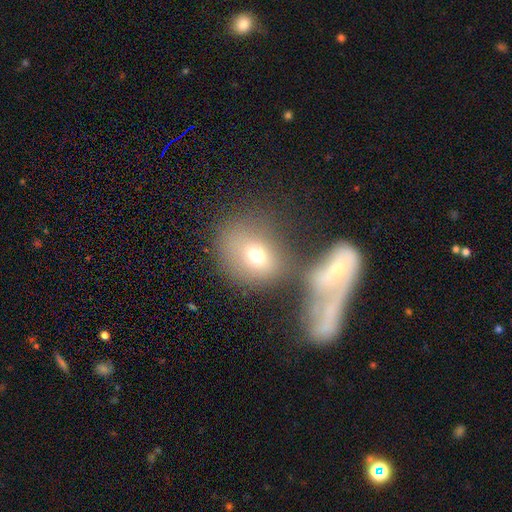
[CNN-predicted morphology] Smooth or featured? Predicted: smooth (p=0.69). How rounded? Predicted: round (p=0.57). Merging? Predicted: none (p=0.48).